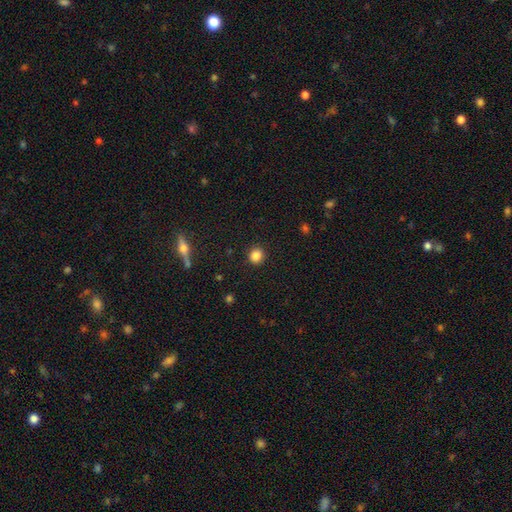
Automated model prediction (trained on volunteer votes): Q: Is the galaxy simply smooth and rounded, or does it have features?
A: smooth — 85%.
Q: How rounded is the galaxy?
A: round — 88%.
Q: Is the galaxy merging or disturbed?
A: none — 91%.